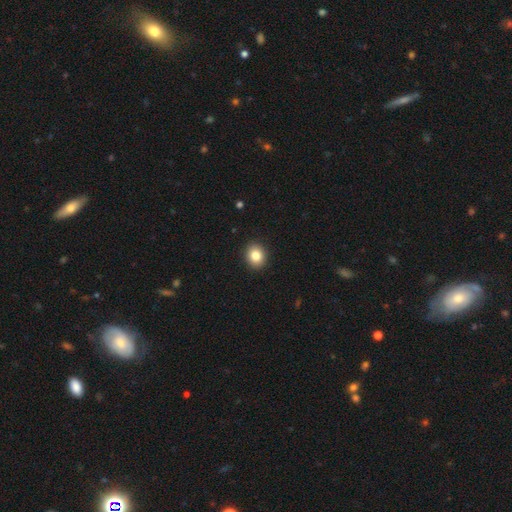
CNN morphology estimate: The model was most divided on "how rounded": round: 64%, in between: 35%, cigar-shaped: 1%. More confident: merging — none (92%); smooth or featured — smooth (84%).